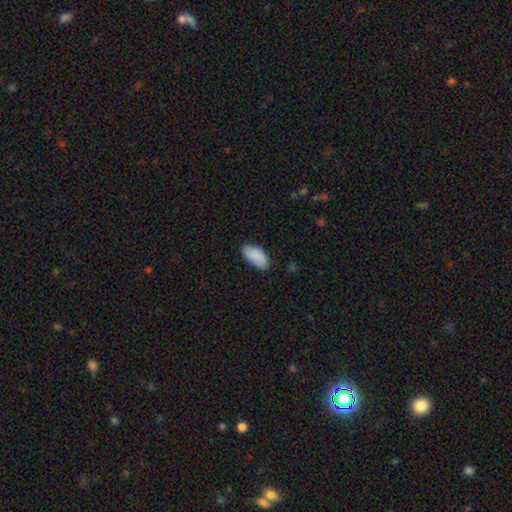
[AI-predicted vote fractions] A smooth galaxy with no disk features (88%) that is in between round and cigar-shaped (94%). Merging: none (79%).